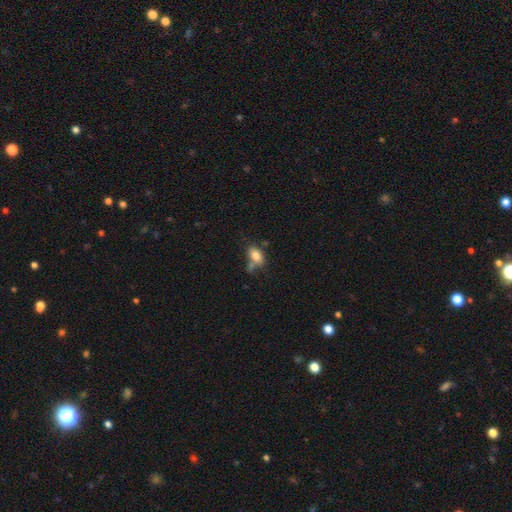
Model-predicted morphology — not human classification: smooth 80%, featured or disk 11%, star or artifact 9%. Down the decision tree: how rounded — in between (87%); merging — none (46%).